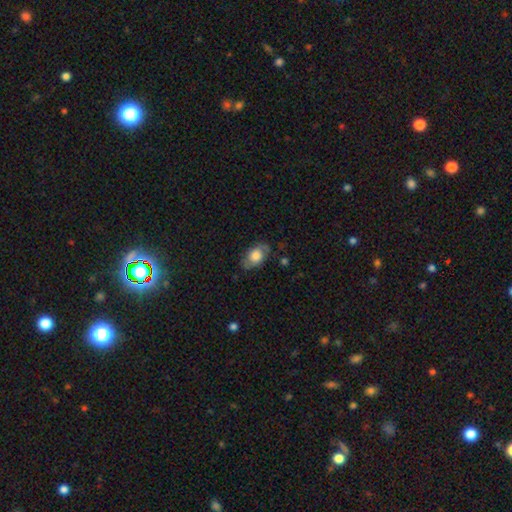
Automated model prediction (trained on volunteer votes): This is likely a smooth galaxy (66%). How rounded: clearly in between (83%). Merging: likely none (68%).